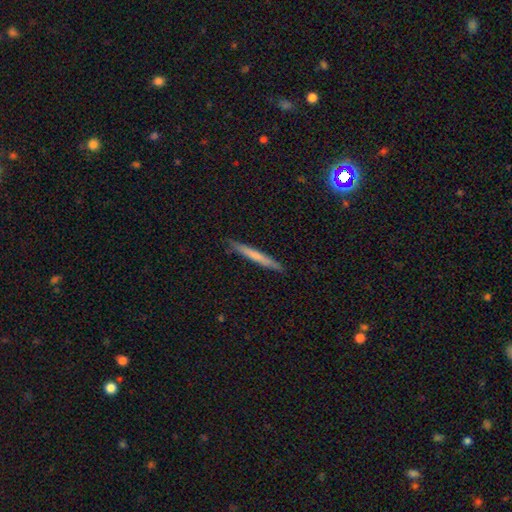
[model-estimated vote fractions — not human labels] Overall: smooth (61%; featured or disk 33%). How rounded: cigar-shaped (96%). Merging: none (89%).